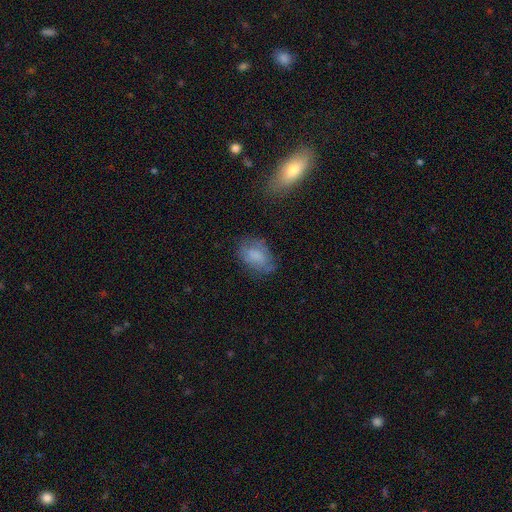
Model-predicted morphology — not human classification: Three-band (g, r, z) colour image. It shows a smooth galaxy with no disk features (69%) that is in between round and cigar-shaped (87%). Merging: none (61%).